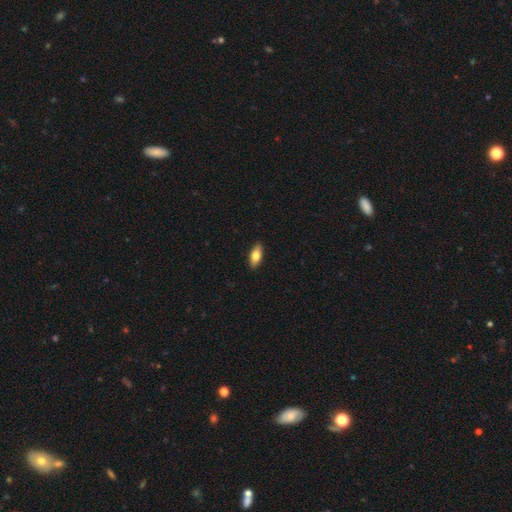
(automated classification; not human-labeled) Smooth or featured: smooth — 73% (featured or disk — 21%)
How rounded: in between — 80% (cigar-shaped — 17%)
Merging: none — 90% (minor disturbance — 8%)